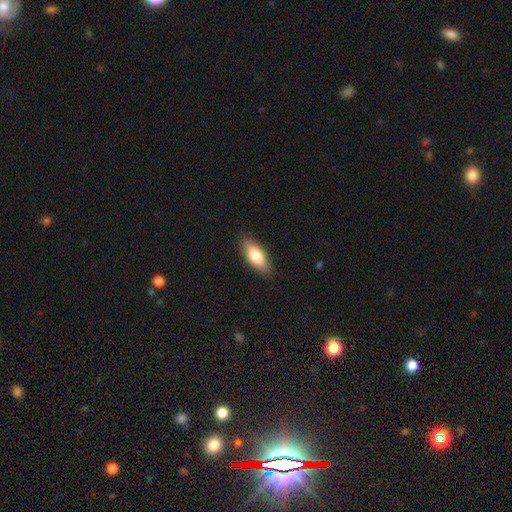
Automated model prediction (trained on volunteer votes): The model was most divided on "smooth or featured": smooth: 79%, featured or disk: 15%, star or artifact: 6%. More confident: merging — none (86%); how rounded — in between (81%).